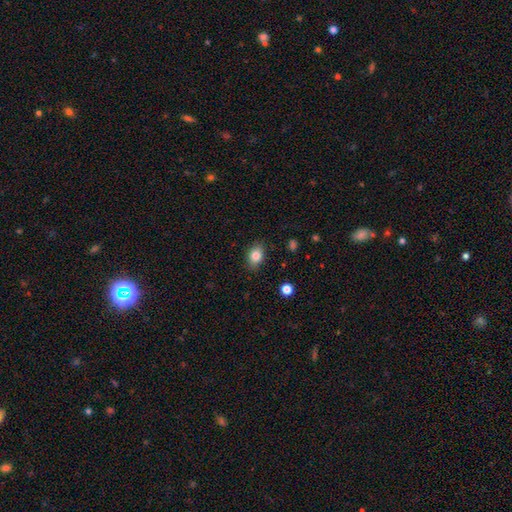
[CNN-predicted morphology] A smooth galaxy with no disk features (82%) that is in between round and cigar-shaped (79%).

Vote fractions:
- Smooth or featured? smooth: 82% / star or artifact: 9% / featured or disk: 9%
- How rounded? in between: 79% / round: 19% / cigar-shaped: 2%
- Merging? none: 86% / minor disturbance: 11% / major disturbance: 2% / merger: 1%